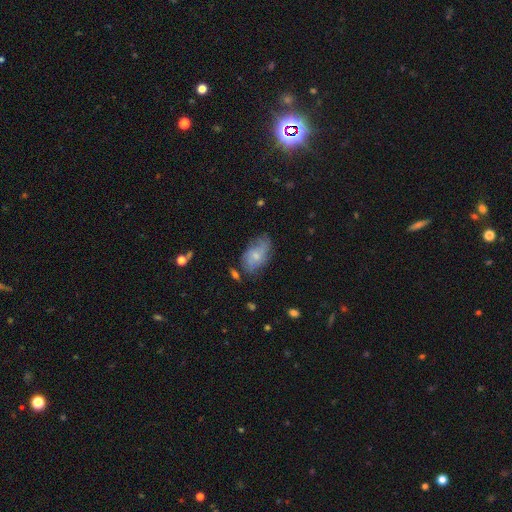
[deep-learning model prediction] Overall: smooth (53%; featured or disk 39%). How rounded: in between (90%). Merging: none (53%; minor disturbance 30%).